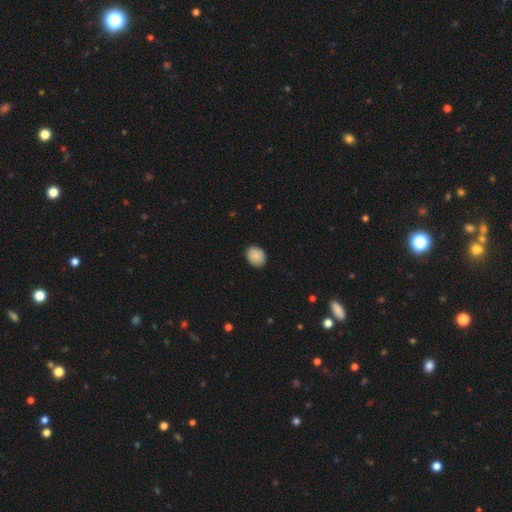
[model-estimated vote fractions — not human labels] smooth_or_featured: smooth (p=0.90) [alt: star or artifact p=0.07]
how_rounded: in between (p=0.54) [alt: round p=0.45]
merging: none (p=0.88) [alt: minor disturbance p=0.09]